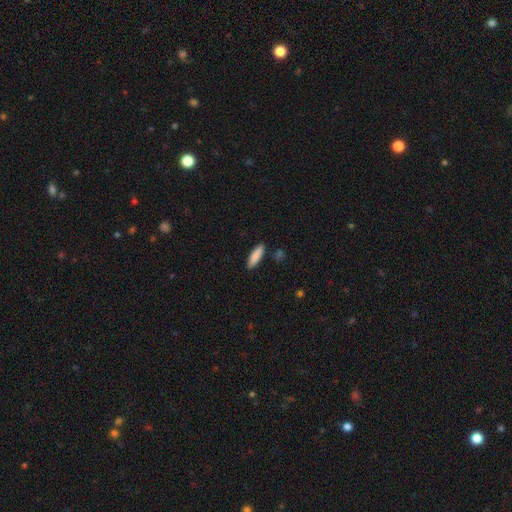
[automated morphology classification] A smooth galaxy with no disk features (87%) that is cigar-shaped (63%). Merging: none (87%).